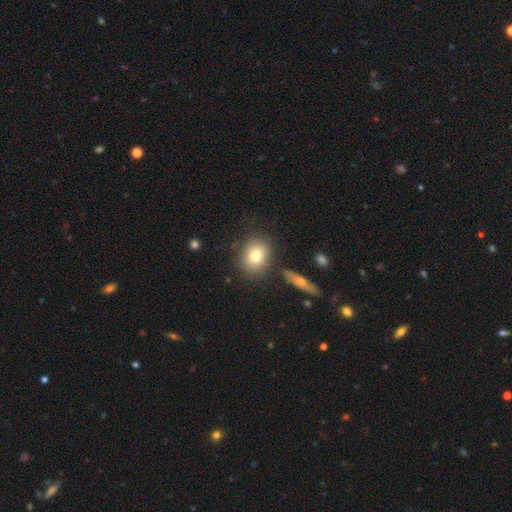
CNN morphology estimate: Smooth or featured? smooth (78%)
How rounded? round (56%)
Merging? none (80%)